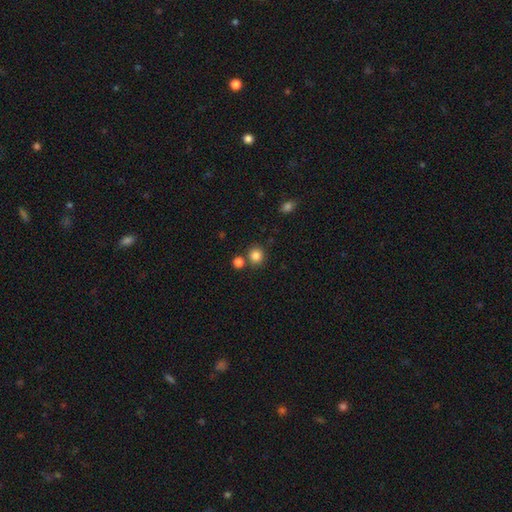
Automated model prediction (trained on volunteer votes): The model was most divided on "merging": none: 76%, merger: 14%, minor disturbance: 8%, major disturbance: 3%. More confident: how rounded — round (90%); smooth or featured — smooth (84%).